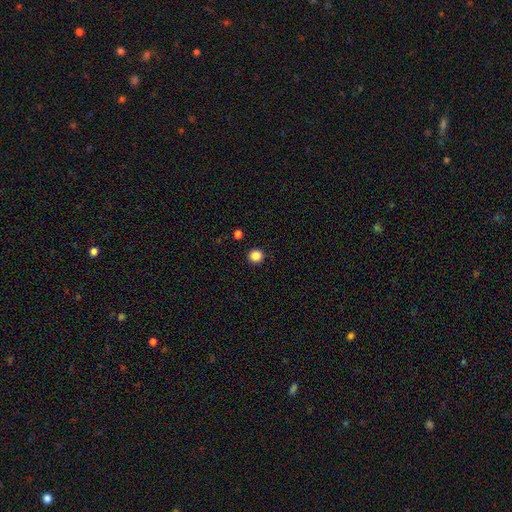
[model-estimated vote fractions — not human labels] Overall: smooth (85%). How rounded: round (94%). Merging: none (92%).